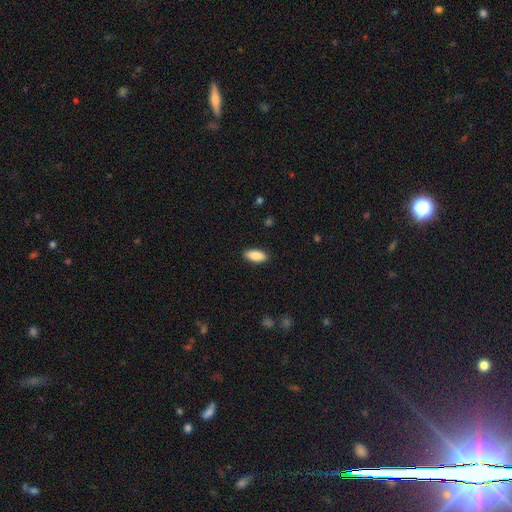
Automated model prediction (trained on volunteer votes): A smooth galaxy with no disk features (87%) that is in between round and cigar-shaped (87%).

Vote fractions:
- Smooth or featured? smooth: 87% / featured or disk: 7% / star or artifact: 6%
- How rounded? in between: 87% / cigar-shaped: 11% / round: 2%
- Merging? none: 89% / minor disturbance: 8% / major disturbance: 2% / merger: 1%